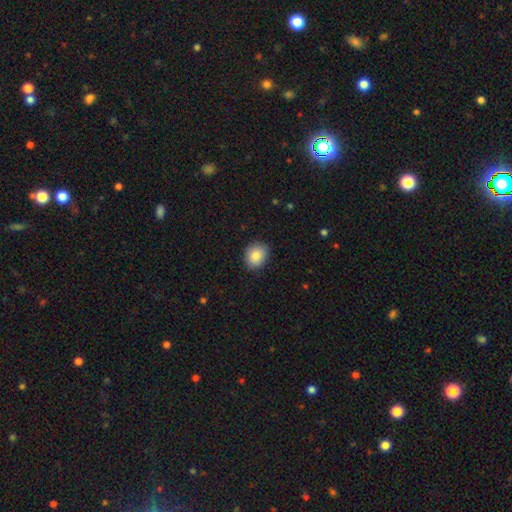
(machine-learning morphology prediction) type=smooth (86%); roundness=round (51%); merging=none (86%).